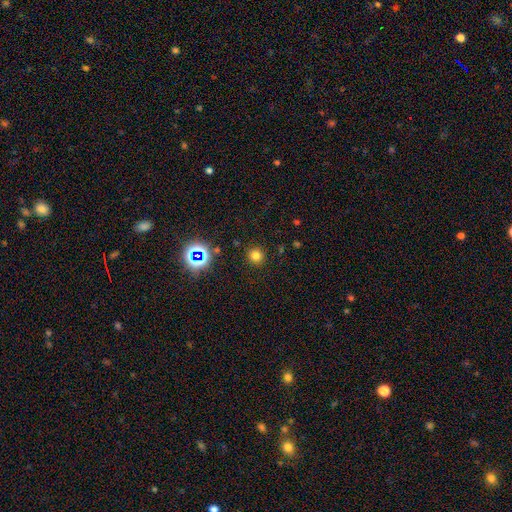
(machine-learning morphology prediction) Smooth or featured? smooth (74%)
How rounded? round (93%)
Merging? none (90%)